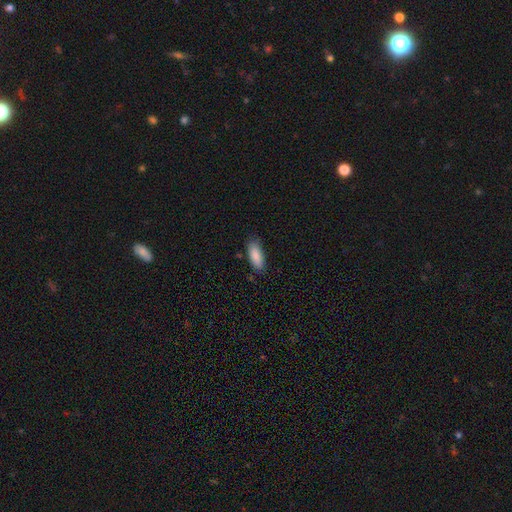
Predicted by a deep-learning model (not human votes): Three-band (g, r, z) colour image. It shows a smooth galaxy with no disk features (88%) that is in between round and cigar-shaped (78%). Merging: none (79%).